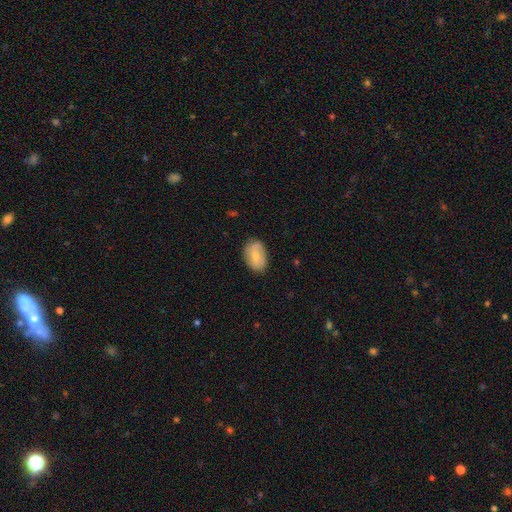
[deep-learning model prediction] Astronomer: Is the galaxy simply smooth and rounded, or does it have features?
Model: smooth — 66%.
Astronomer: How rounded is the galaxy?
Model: in between — 87%.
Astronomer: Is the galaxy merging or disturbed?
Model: none — 77%.